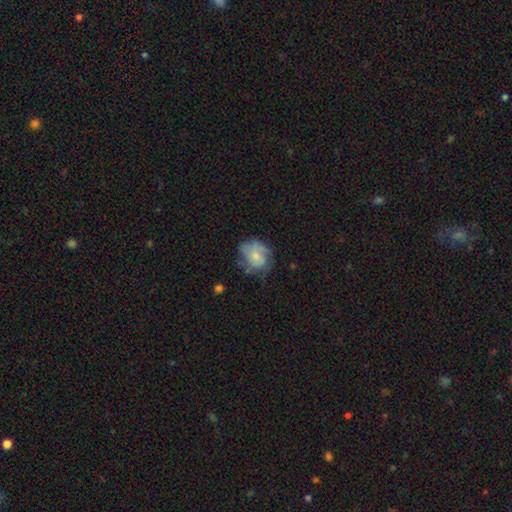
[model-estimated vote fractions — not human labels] Morphology: type=smooth (52%); roundness=round (59%); merging=none (49%).